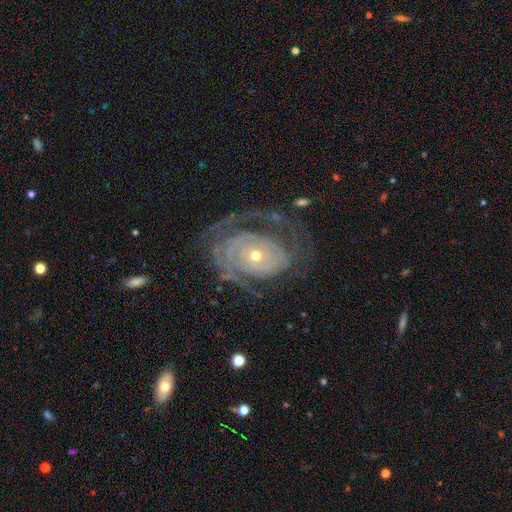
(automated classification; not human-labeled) This is clearly a featured or disk galaxy (87%). It is clearly not viewed edge-on (97%). Bar: likely no (77%). Spiral arm pattern: clearly yes (93%). Spiral arm count: marginally 2 (38%). Spiral winding: likely tight (66%). Central bulge: likely small (62%). Merging: possibly none (60%).